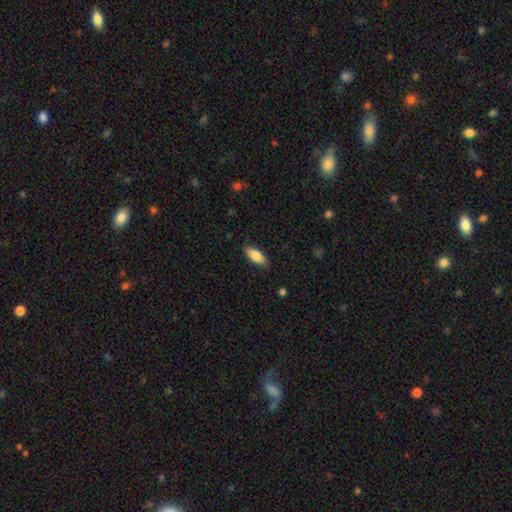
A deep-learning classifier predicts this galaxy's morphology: The model was most divided on "how rounded": in between: 83%, cigar-shaped: 15%, round: 2%. More confident: smooth or featured — smooth (85%); merging — none (85%).